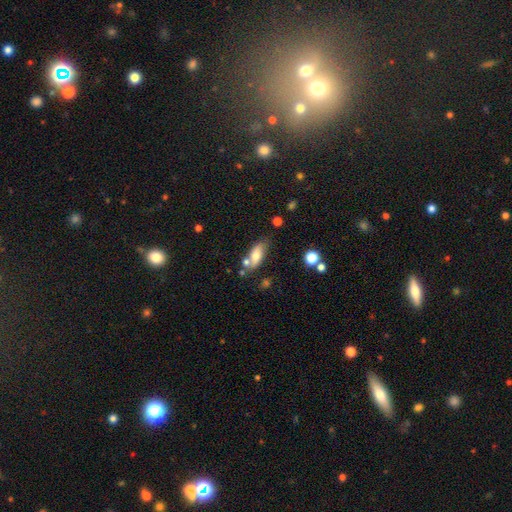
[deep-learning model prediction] Smooth or featured?
  - smooth: 66% *
  - featured or disk: 25%
  - star or artifact: 8%
How rounded?
  - in between: 81% *
  - cigar-shaped: 15%
  - round: 4%
Merging?
  - none: 57% *
  - minor disturbance: 20%
  - merger: 16%
  - major disturbance: 6%